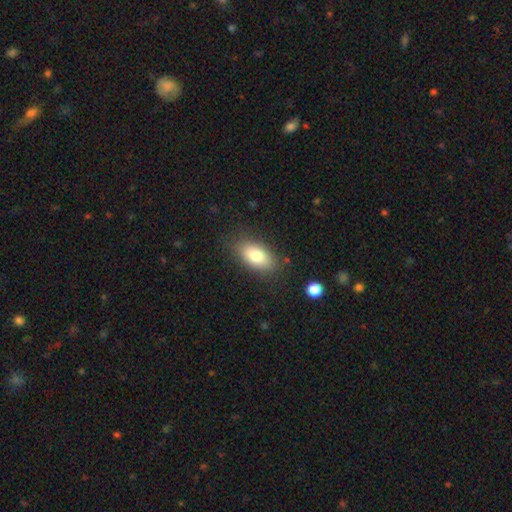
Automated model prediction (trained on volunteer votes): Smooth or featured?
  - smooth: 81% *
  - featured or disk: 12%
  - star or artifact: 7%
How rounded?
  - in between: 90% *
  - cigar-shaped: 5%
  - round: 5%
Merging?
  - none: 81% *
  - minor disturbance: 13%
  - major disturbance: 4%
  - merger: 2%